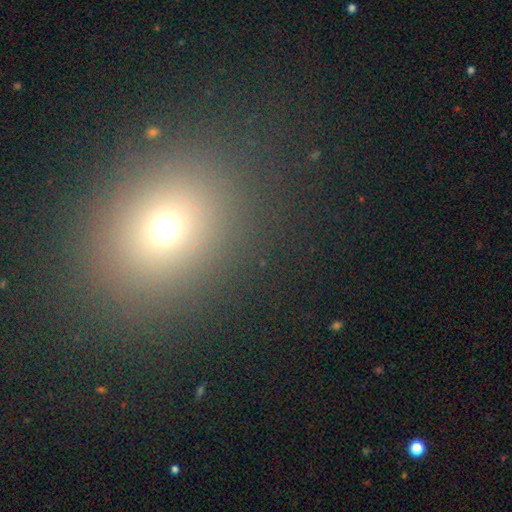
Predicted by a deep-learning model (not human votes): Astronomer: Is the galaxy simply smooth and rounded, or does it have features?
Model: smooth — 64%.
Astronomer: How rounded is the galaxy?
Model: round — 66%.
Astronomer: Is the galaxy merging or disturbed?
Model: none — 85%.